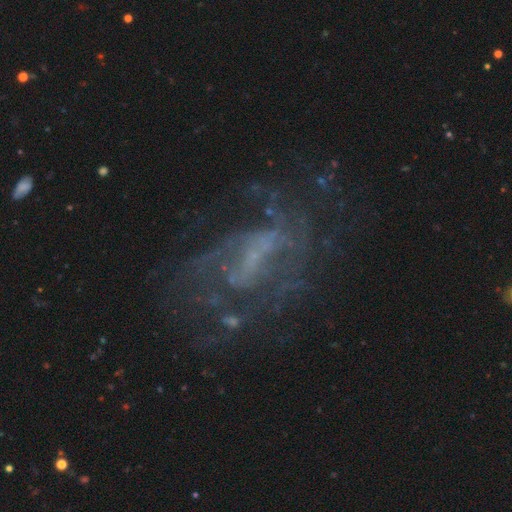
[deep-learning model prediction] A featured or disk galaxy (69%) with no bar (39%), spiral arms (56%) and no central bulge (46%).

Vote fractions:
- Smooth or featured? featured or disk: 69% / star or artifact: 18% / smooth: 13%
- Edge-on disk? no: 94% / yes: 6%
- Bar? no: 39% / weak: 37% / strong: 24%
- Spiral arms? yes: 56% / no: 44%
- Bulge size? none: 46% / small: 36% / moderate: 14% / large: 3% / dominant: 1%
- Merging? none: 54% / major disturbance: 25% / minor disturbance: 17% / merger: 4%